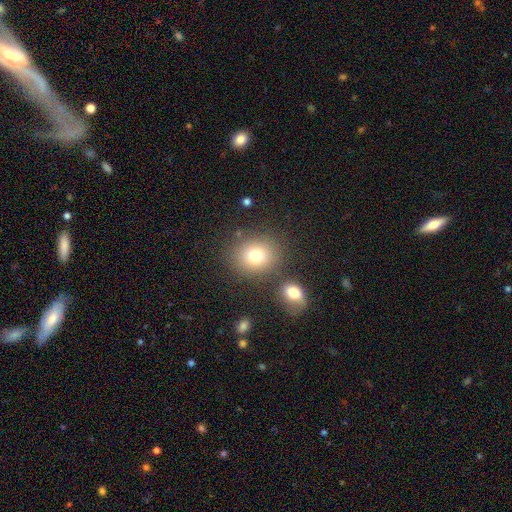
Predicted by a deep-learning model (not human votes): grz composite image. It shows a smooth galaxy with no disk features (78%) that is round (75%). Merging: none (76%).